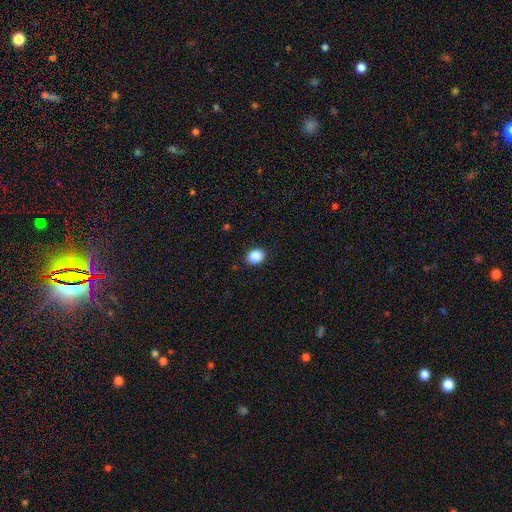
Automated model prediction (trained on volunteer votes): A smooth galaxy with no disk features (87%) that is in between round and cigar-shaped (50%).

Vote fractions:
- Smooth or featured? smooth: 87% / star or artifact: 9% / featured or disk: 4%
- How rounded? in between: 50% / round: 49% / cigar-shaped: 1%
- Merging? none: 89% / minor disturbance: 8% / major disturbance: 2% / merger: 1%